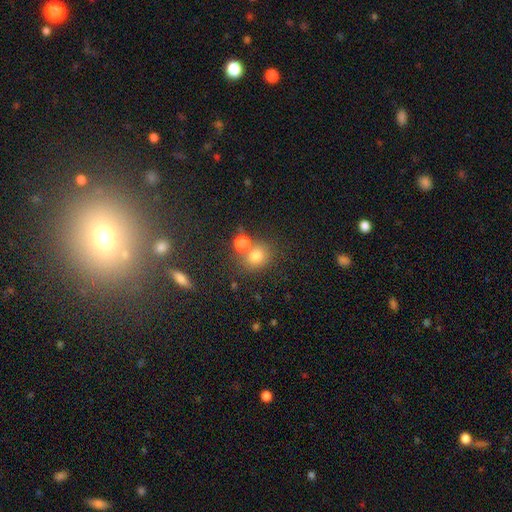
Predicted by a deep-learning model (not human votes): smooth_or_featured: smooth (p=0.75) [alt: star or artifact p=0.16]
how_rounded: round (p=0.76) [alt: in between p=0.23]
merging: none (p=0.60) [alt: merger p=0.25]